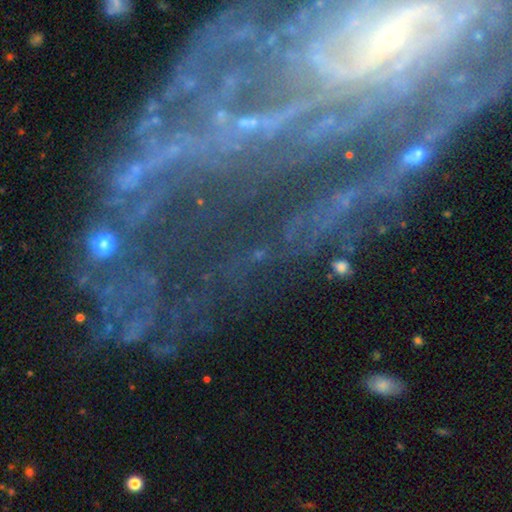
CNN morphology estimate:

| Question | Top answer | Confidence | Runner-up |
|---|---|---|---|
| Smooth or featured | featured or disk | 66% | star or artifact (24%) |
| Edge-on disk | no | 91% | yes (9%) |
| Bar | no | 36% | strong (35%) |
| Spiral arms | yes | 91% | no (9%) |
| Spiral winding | tight | 63% | medium (27%) |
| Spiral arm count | can't tell | 26% | 2 (20%) |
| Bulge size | small | 60% | moderate (23%) |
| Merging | none | 65% | minor disturbance (16%) |